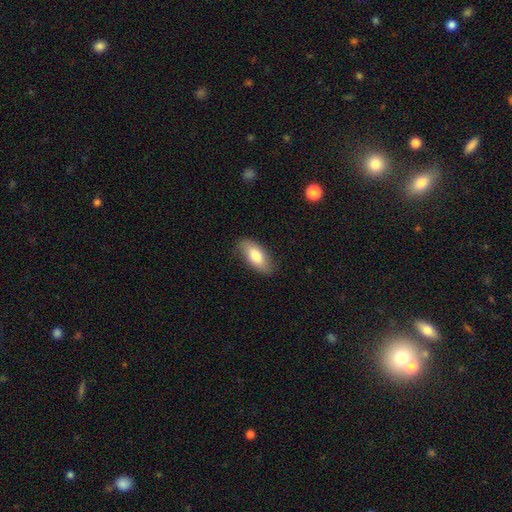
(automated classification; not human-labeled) Q: Smooth or featured?
A: smooth (77%); runner-up: featured or disk (17%)
Q: How rounded?
A: in between (87%); runner-up: cigar-shaped (10%)
Q: Merging?
A: none (82%); runner-up: minor disturbance (14%)